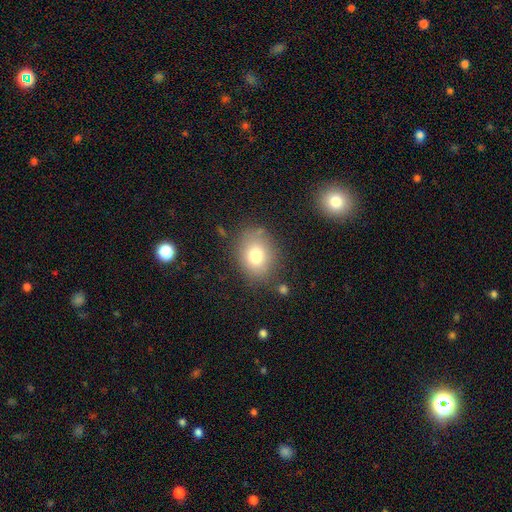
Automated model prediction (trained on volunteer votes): A smooth galaxy with no disk features (76%) that is in between round and cigar-shaped (51%).

Vote fractions:
- Smooth or featured? smooth: 76% / featured or disk: 12% / star or artifact: 11%
- How rounded? in between: 51% / round: 48% / cigar-shaped: 1%
- Merging? none: 78% / minor disturbance: 14% / major disturbance: 5% / merger: 4%